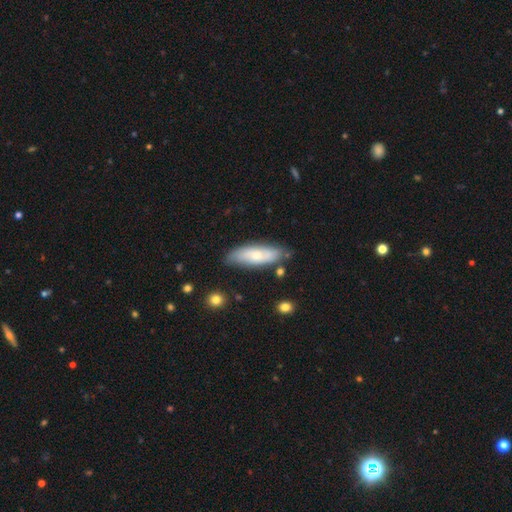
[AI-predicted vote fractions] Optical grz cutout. It shows a smooth galaxy with no disk features (61%) that is in between round and cigar-shaped (56%). Merging: none (76%).